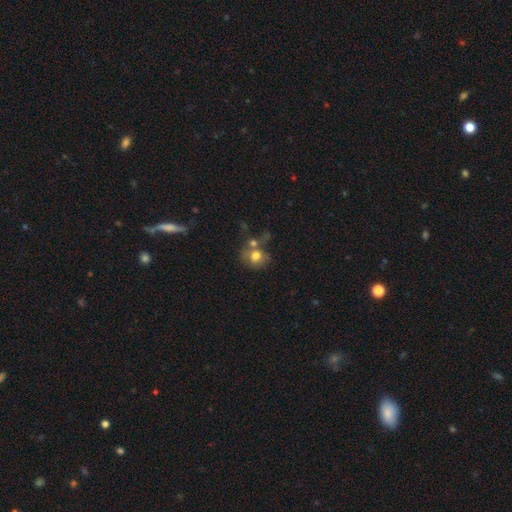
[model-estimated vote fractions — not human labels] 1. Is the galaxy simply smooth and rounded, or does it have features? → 74% smooth, 16% featured or disk, 10% star or artifact.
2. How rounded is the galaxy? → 73% round, 27% in between, 1% cigar-shaped.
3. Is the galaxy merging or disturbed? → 43% none, 34% merger, 15% minor disturbance, 8% major disturbance.